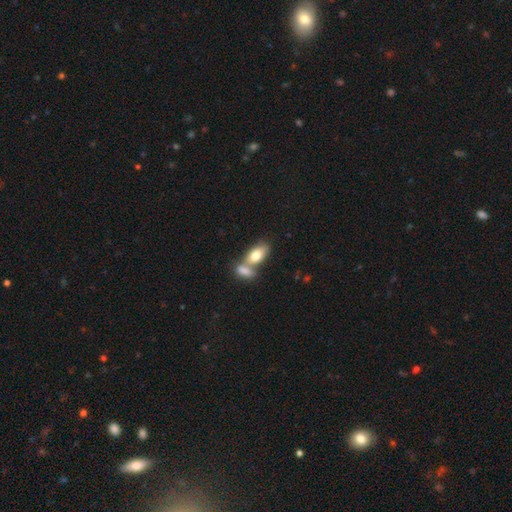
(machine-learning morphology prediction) Smooth or featured? Predicted: smooth (p=0.77). How rounded? Predicted: in between (p=0.88). Merging? Predicted: merger (p=0.56).